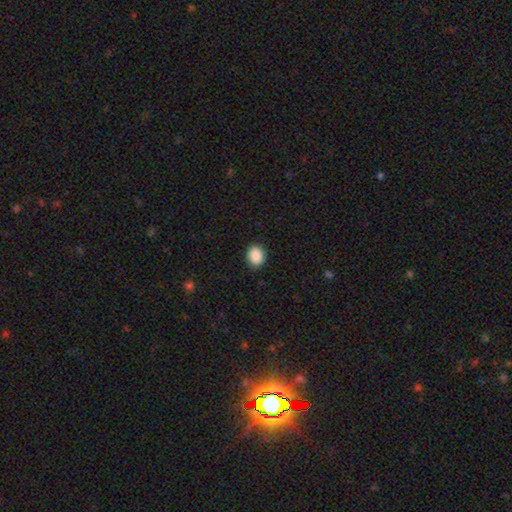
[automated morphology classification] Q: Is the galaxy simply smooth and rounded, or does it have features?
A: smooth — 90%.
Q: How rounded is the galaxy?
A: in between — 52%.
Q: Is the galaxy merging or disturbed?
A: none — 90%.